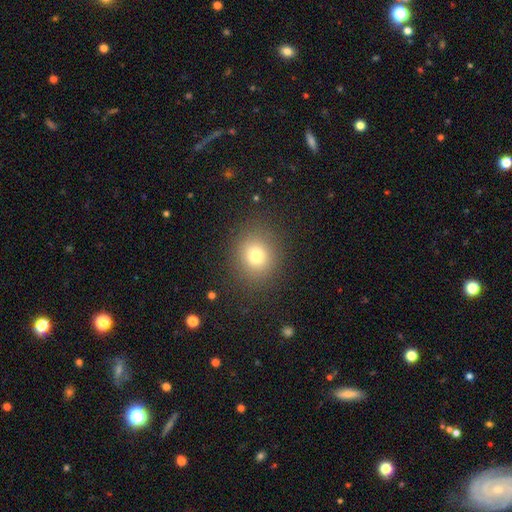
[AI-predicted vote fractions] This appears to be a smooth galaxy with no disk features (76%) that is round (78%). Merging: none (87%).